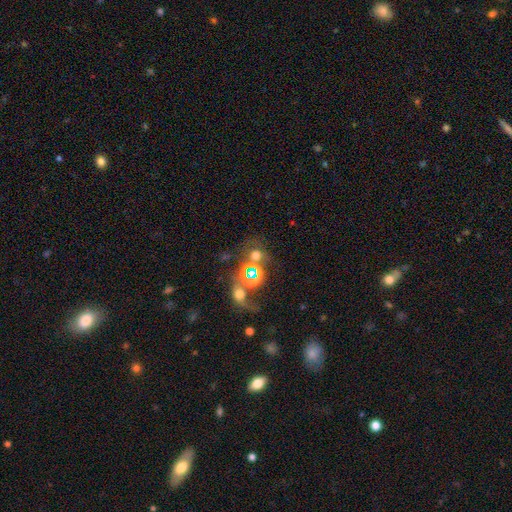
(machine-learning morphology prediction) type=smooth (49%); merging=none (47%).